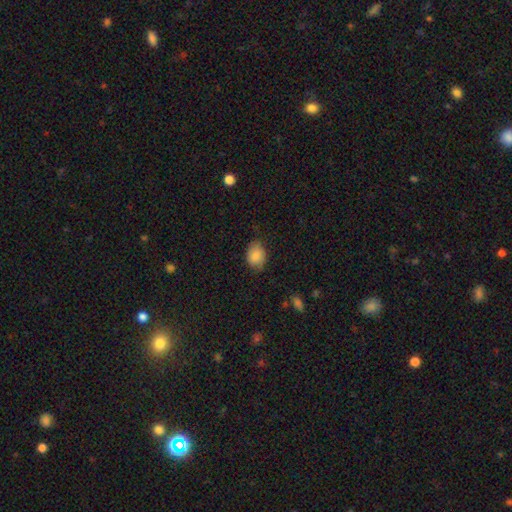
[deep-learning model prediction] smooth_or_featured: smooth (p=0.85) [alt: star or artifact p=0.07]
how_rounded: in between (p=0.66) [alt: round p=0.33]
merging: none (p=0.69) [alt: minor disturbance p=0.25]